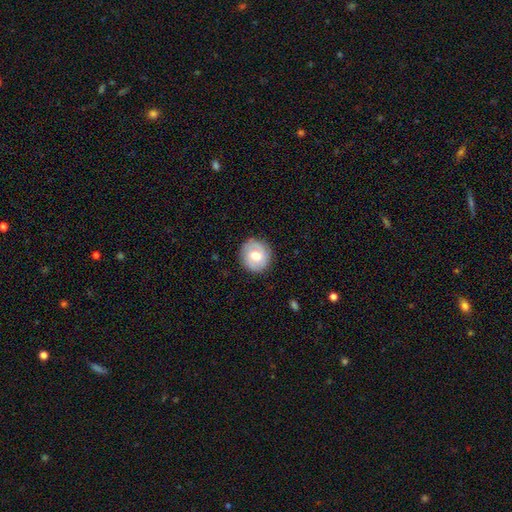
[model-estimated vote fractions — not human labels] Q: Smooth or featured?
A: smooth (56%); runner-up: featured or disk (37%)
Q: How rounded?
A: round (89%); runner-up: in between (10%)
Q: Merging?
A: none (86%); runner-up: minor disturbance (10%)